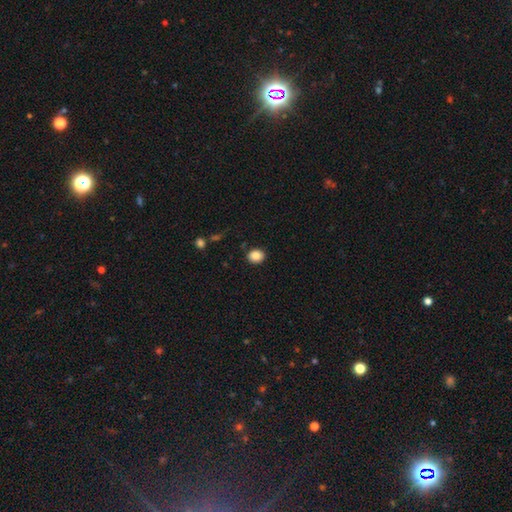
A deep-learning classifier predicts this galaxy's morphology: Q: Smooth or featured?
A: smooth (87%); runner-up: star or artifact (9%)
Q: How rounded?
A: round (63%); runner-up: in between (36%)
Q: Merging?
A: none (88%); runner-up: minor disturbance (8%)